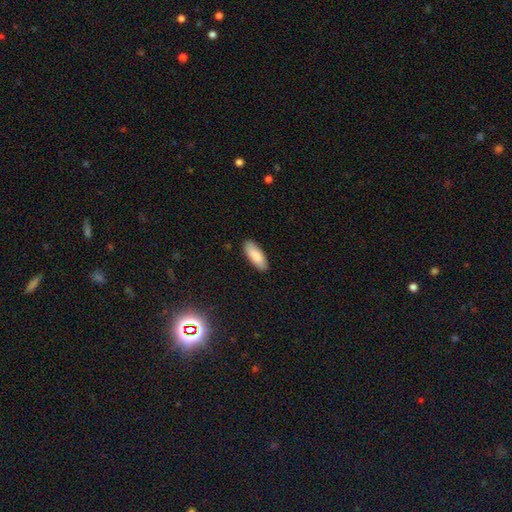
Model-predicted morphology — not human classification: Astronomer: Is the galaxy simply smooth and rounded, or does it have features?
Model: smooth — 87%.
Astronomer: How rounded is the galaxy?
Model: in between — 76%.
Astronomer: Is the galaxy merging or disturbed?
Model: none — 88%.